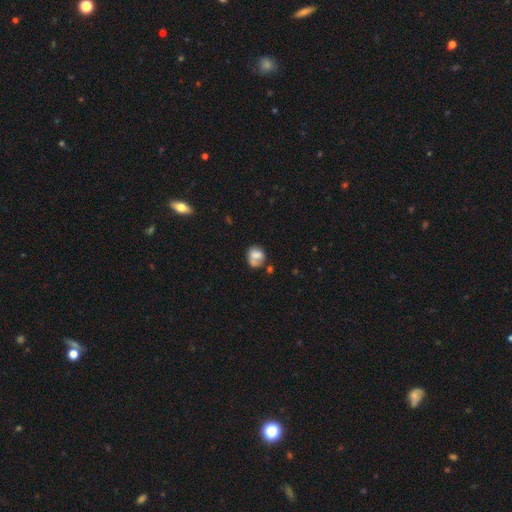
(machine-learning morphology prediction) Smooth or featured?
  - smooth: 68% *
  - featured or disk: 22%
  - star or artifact: 9%
How rounded?
  - round: 58% *
  - in between: 41%
  - cigar-shaped: 1%
Merging?
  - none: 43% *
  - minor disturbance: 24%
  - merger: 19%
  - major disturbance: 14%